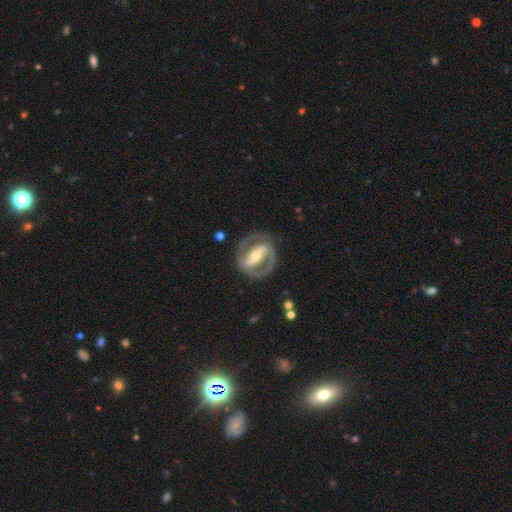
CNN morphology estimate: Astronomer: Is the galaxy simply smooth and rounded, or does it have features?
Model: featured or disk — 87%.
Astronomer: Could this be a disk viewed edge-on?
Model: no — 96%.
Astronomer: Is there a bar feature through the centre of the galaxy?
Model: strong — 69%.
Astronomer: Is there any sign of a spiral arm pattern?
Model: yes — 84%.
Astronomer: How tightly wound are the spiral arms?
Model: medium — 47% (runner-up: tight, 41%).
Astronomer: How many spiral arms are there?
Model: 2 — 88%.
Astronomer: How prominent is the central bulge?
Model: moderate — 62%.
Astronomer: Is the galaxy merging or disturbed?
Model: none — 81%.